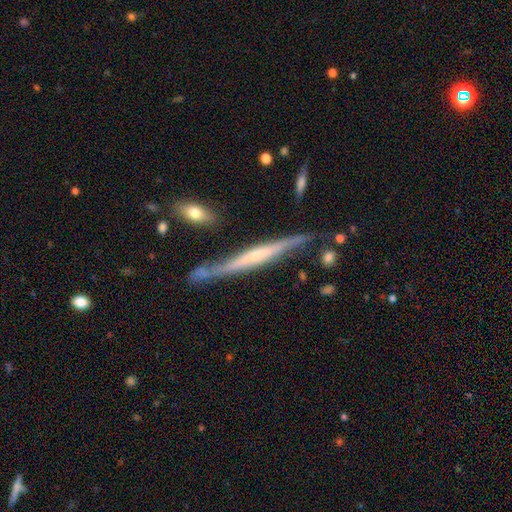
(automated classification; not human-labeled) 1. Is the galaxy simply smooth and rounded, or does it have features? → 72% featured or disk, 22% smooth, 6% star or artifact.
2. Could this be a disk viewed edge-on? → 93% yes, 7% no.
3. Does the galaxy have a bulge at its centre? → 45% none, 41% rounded, 14% boxy.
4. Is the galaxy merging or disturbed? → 70% none, 19% minor disturbance, 6% merger, 5% major disturbance.